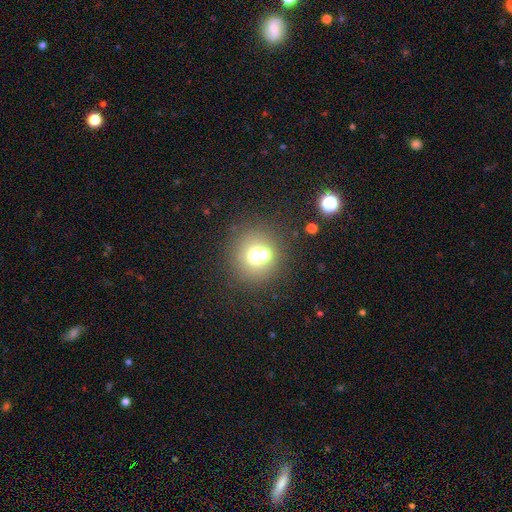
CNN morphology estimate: The model was most divided on "merging": none: 55%, merger: 33%, minor disturbance: 8%, major disturbance: 4%. More confident: how rounded — round (90%); smooth or featured — smooth (62%).